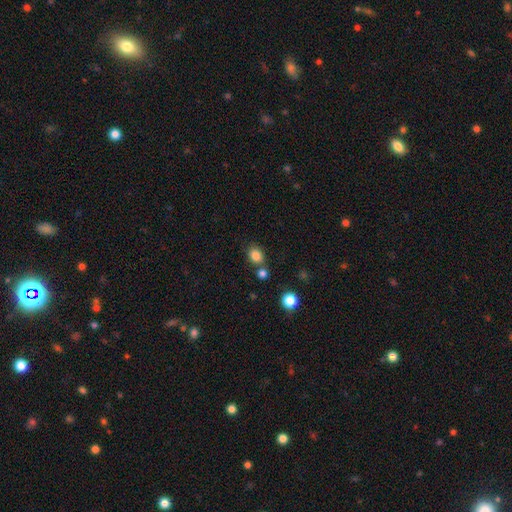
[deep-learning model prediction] Smooth or featured: smooth — 84% (star or artifact — 11%)
How rounded: in between — 51% (round — 48%)
Merging: none — 69% (merger — 16%)